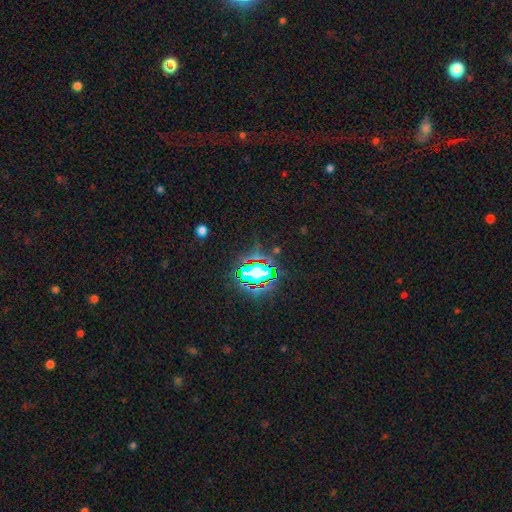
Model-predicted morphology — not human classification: smooth_or_featured: star or artifact (p=0.84) [alt: smooth p=0.10]